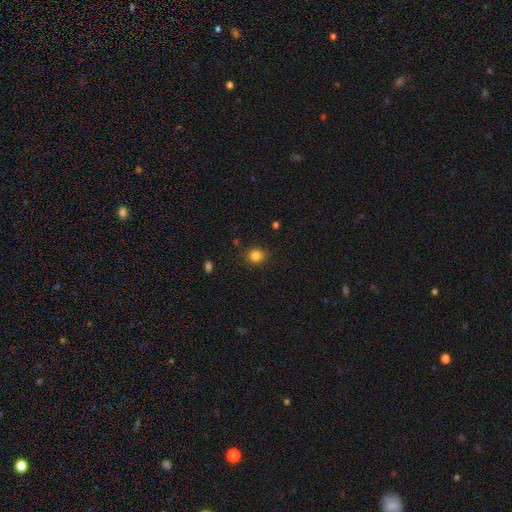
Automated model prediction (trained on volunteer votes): Smooth or featured?
  - smooth: 84% *
  - star or artifact: 12%
  - featured or disk: 4%
How rounded?
  - round: 83% *
  - in between: 16%
  - cigar-shaped: 1%
Merging?
  - none: 88% *
  - minor disturbance: 8%
  - major disturbance: 2%
  - merger: 1%